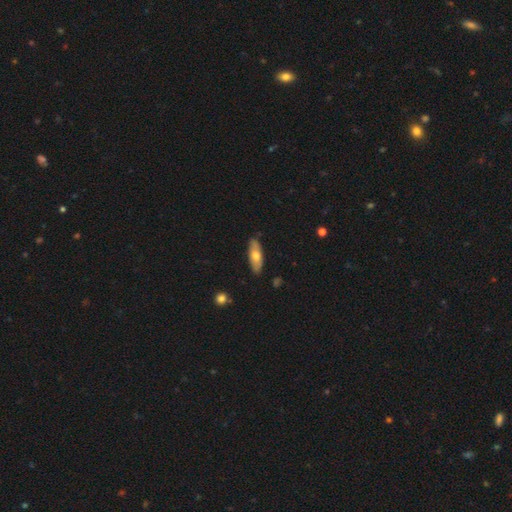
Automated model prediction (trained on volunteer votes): Morphology: type=smooth (62%); roundness=in between (62%); merging=none (87%).